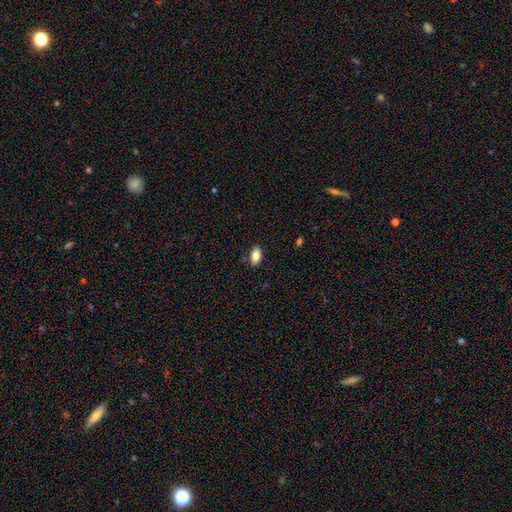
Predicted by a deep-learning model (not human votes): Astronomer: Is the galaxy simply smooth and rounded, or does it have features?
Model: smooth — 85%.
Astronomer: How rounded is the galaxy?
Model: in between — 90%.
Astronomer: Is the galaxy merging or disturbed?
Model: none — 87%.